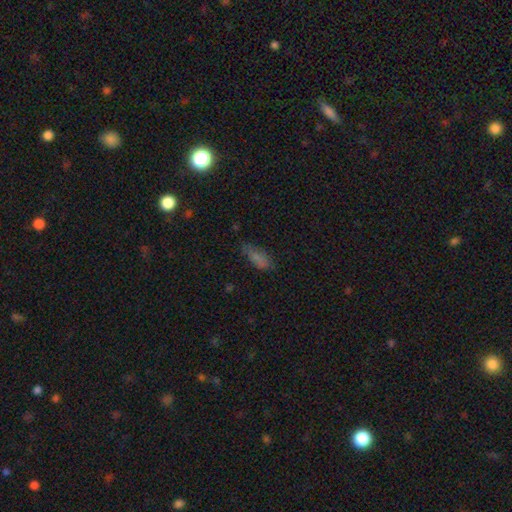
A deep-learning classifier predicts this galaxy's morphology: This appears to be a smooth galaxy with no disk features (67%) that is in between round and cigar-shaped (62%). Merging: none (65%).